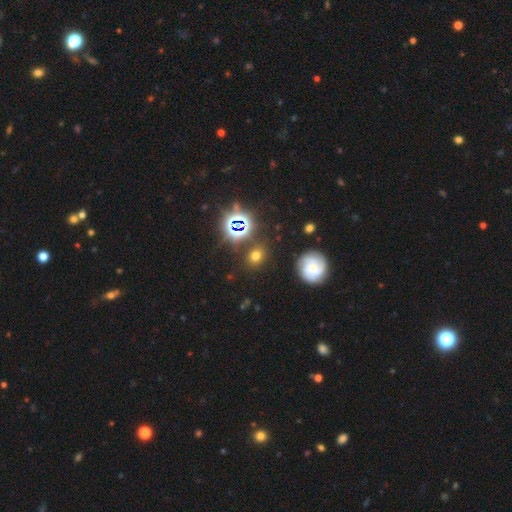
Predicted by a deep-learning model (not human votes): Q: Smooth or featured?
A: smooth (56%); runner-up: star or artifact (27%)
Q: How rounded?
A: round (59%); runner-up: in between (39%)
Q: Merging?
A: none (81%); runner-up: minor disturbance (11%)